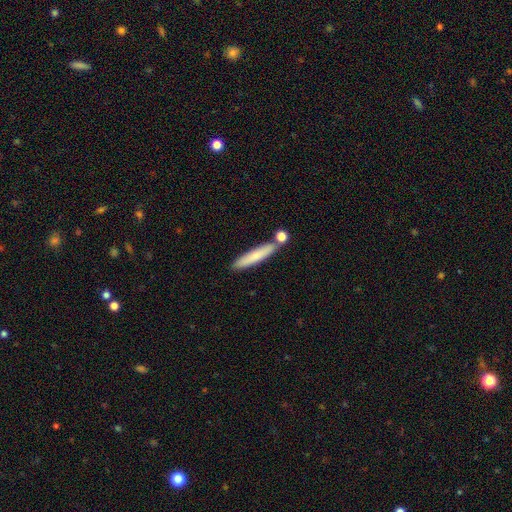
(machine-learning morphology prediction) Smooth or featured?
  - smooth: 73% *
  - featured or disk: 21%
  - star or artifact: 6%
How rounded?
  - cigar-shaped: 91% *
  - in between: 7%
  - round: 2%
Merging?
  - none: 77% *
  - minor disturbance: 11%
  - merger: 10%
  - major disturbance: 2%